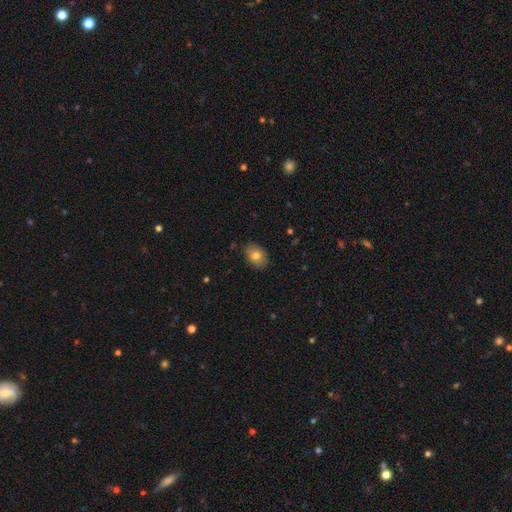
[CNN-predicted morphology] smooth_or_featured: smooth (p=0.79) [alt: featured or disk p=0.12]
how_rounded: in between (p=0.77) [alt: round p=0.22]
merging: none (p=0.87) [alt: minor disturbance p=0.10]